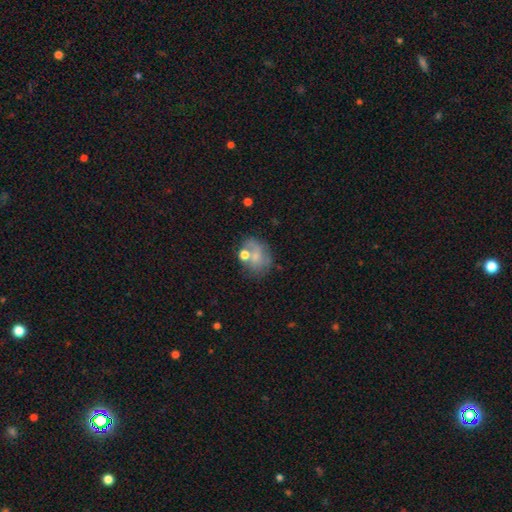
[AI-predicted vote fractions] Overall: smooth (53%; featured or disk 35%). How rounded: in between (51%; round 48%). Merging: none (42%; minor disturbance 22%).